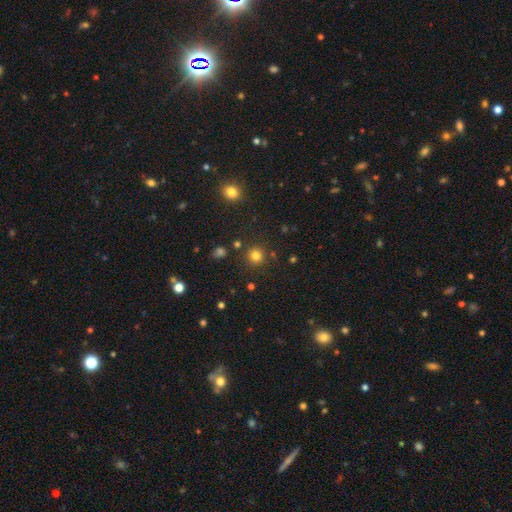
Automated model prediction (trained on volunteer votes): Overall: smooth (79%). How rounded: round (92%). Merging: none (86%).